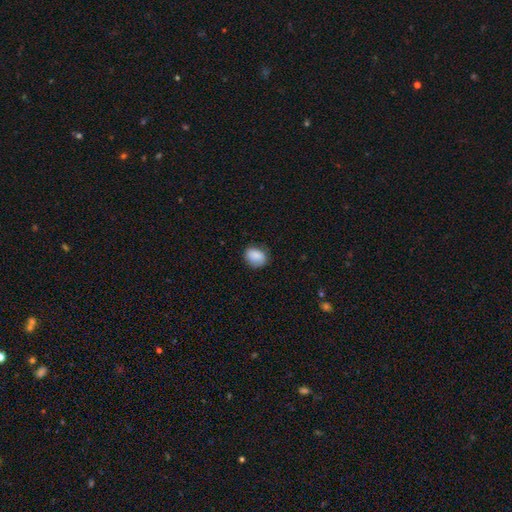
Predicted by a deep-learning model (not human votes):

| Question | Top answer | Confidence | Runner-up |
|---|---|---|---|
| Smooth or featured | smooth | 87% | star or artifact (8%) |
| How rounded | in between | 57% | round (41%) |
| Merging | none | 75% | minor disturbance (20%) |